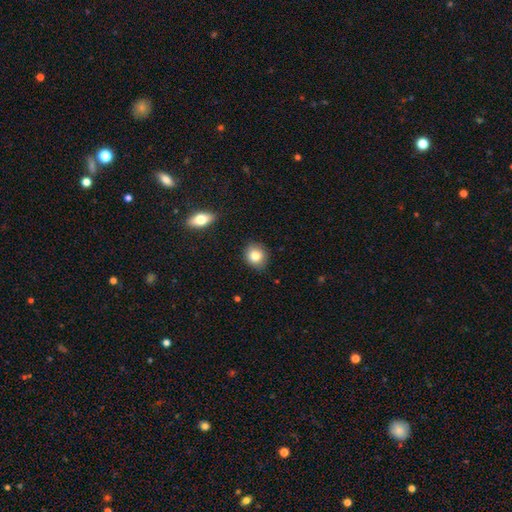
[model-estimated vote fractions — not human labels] A smooth galaxy with no disk features (81%) that is round (75%). Merging: none (87%).